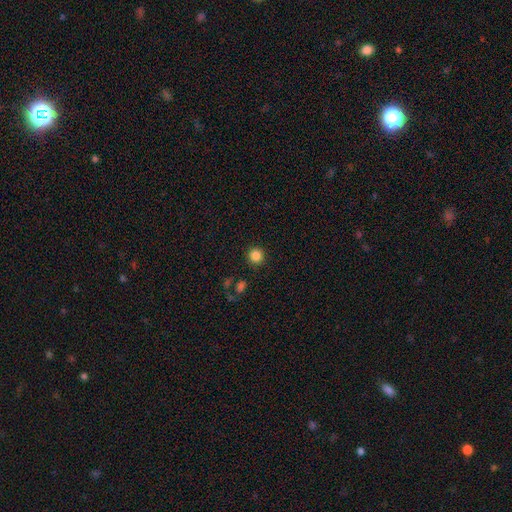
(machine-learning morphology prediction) Smooth or featured? smooth (85%)
How rounded? round (94%)
Merging? none (90%)